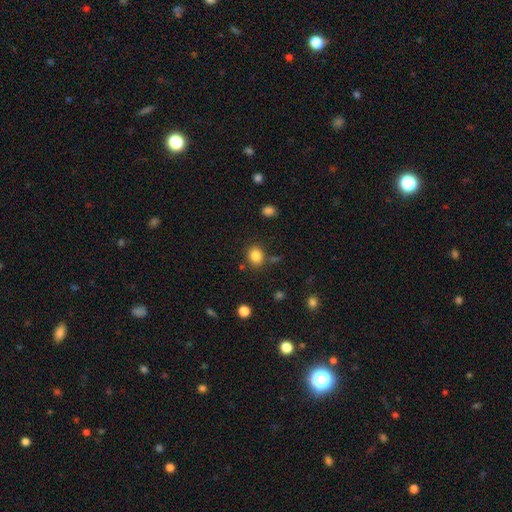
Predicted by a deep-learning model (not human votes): smooth 84%, star or artifact 11%, featured or disk 5%. Down the decision tree: how rounded — round (64%); merging — none (79%).